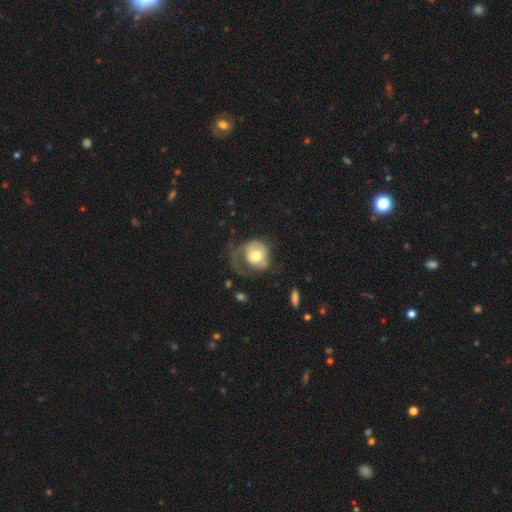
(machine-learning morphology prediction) The model was most divided on "smooth or featured": smooth: 58%, featured or disk: 35%, star or artifact: 7%. More confident: how rounded — round (73%); merging — major disturbance (51%).